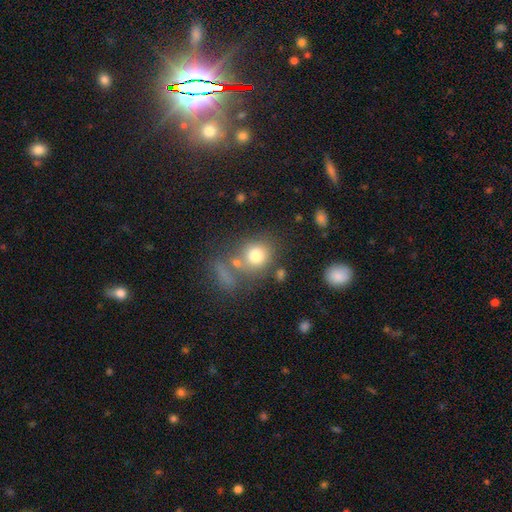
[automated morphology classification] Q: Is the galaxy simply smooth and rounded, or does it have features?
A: smooth — 76%.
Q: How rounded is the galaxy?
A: round — 75%.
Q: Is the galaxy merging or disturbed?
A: none — 53%.